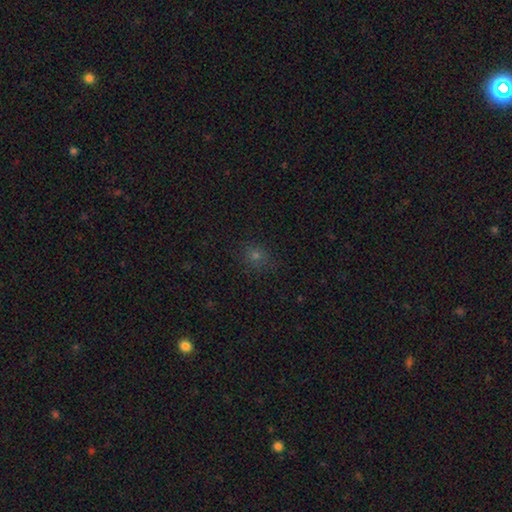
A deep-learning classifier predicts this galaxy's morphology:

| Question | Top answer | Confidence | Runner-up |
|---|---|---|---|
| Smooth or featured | smooth | 64% | star or artifact (29%) |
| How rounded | round | 82% | in between (17%) |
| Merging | none | 85% | minor disturbance (11%) |